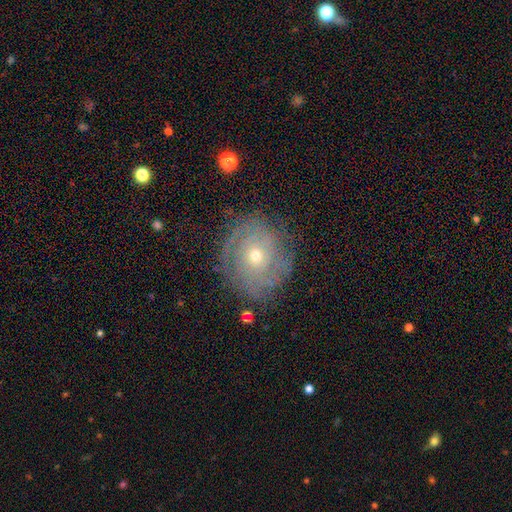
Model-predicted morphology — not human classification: smooth-or-featured: featured or disk: 78% | smooth: 13% | star or artifact: 9%
  disk-edge-on: no: 97% | yes: 3%
    bar: no: 81% | weak: 15% | strong: 4%
    has-spiral-arms: yes: 91% | no: 9%
      spiral-winding: tight: 77% | medium: 18% | loose: 5%
      spiral-arm-count: can't tell: 42% | 2: 18% | 3: 17% | 4: 11% | more than 4: 7% | 1: 6%
    bulge-size: small: 52% | moderate: 45% | large: 2% | none: 1% | dominant: 1%
  merging: none: 79% | minor disturbance: 14% | major disturbance: 5% | merger: 1%